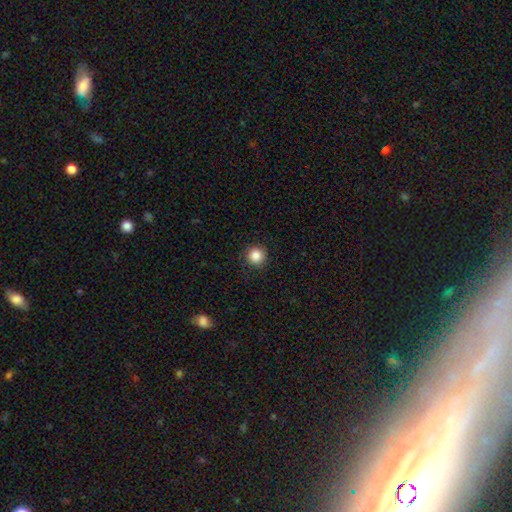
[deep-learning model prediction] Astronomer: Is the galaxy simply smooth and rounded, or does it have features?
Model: smooth — 86%.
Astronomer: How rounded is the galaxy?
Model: round — 94%.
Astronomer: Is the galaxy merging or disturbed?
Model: none — 90%.